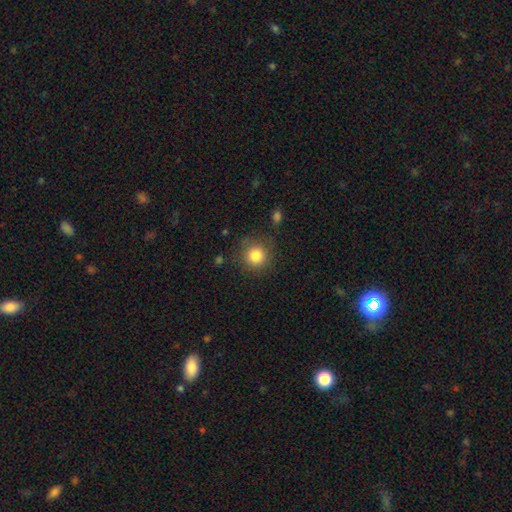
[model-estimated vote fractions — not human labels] The model was most divided on "merging": none: 81%, minor disturbance: 12%, major disturbance: 4%, merger: 2%. More confident: how rounded — round (93%); smooth or featured — smooth (83%).